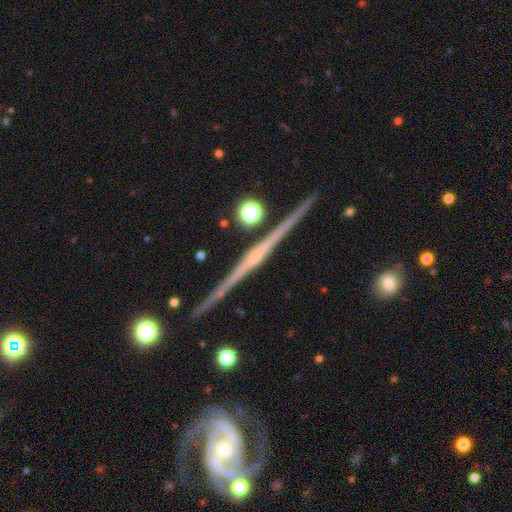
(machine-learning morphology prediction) This is clearly a featured or disk galaxy (88%). It is clearly viewed edge-on (98%). Edge-on bulge: possibly rounded (47%). Merging: clearly none (88%).